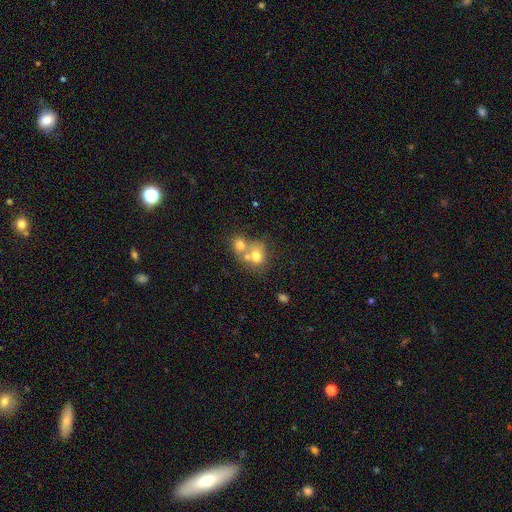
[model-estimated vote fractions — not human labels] smooth 69%, featured or disk 20%, star or artifact 11%. Down the decision tree: how rounded — round (67%); merging — merger (60%).